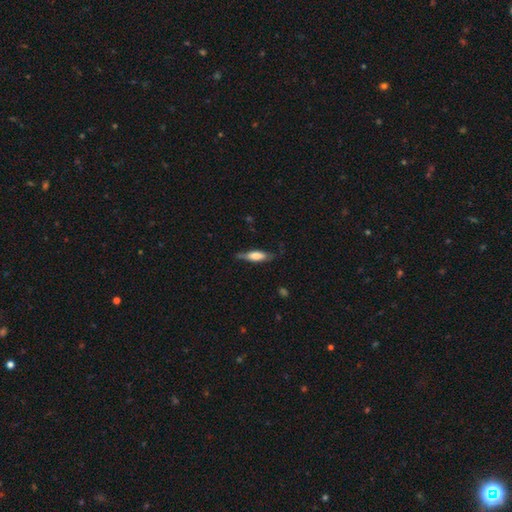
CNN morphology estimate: Smooth or featured? Predicted: smooth (p=0.60). How rounded? Predicted: cigar-shaped (p=0.56). Merging? Predicted: none (p=0.70).